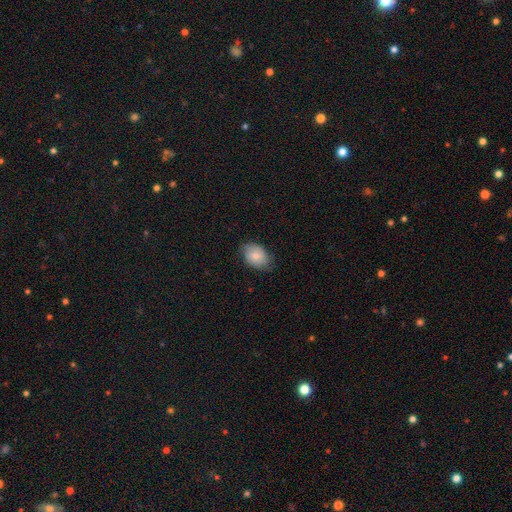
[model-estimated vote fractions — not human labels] Smooth or featured? smooth (77%)
How rounded? in between (80%)
Merging? none (74%)